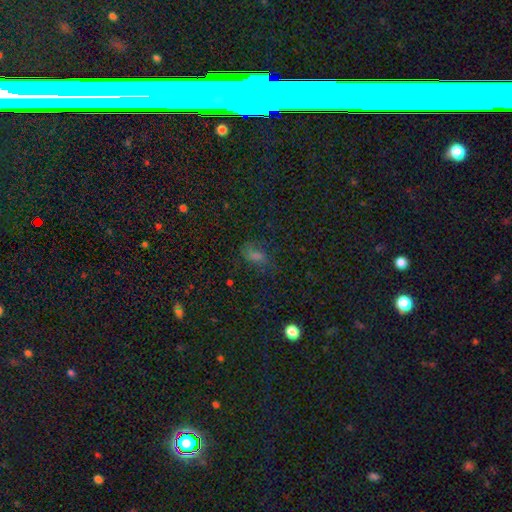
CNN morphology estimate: This appears to be a smooth galaxy with no disk features (55%) that is in between round and cigar-shaped (80%). Merging: none (54%).